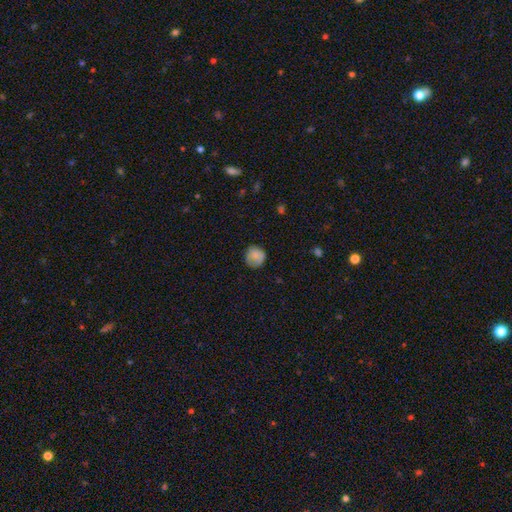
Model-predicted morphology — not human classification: Q: Smooth or featured?
A: smooth (76%); runner-up: featured or disk (15%)
Q: How rounded?
A: round (87%); runner-up: in between (12%)
Q: Merging?
A: none (73%); runner-up: minor disturbance (20%)